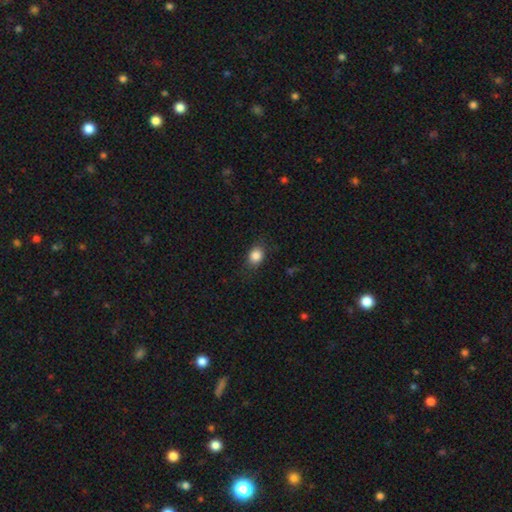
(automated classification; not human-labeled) Smooth or featured?
  - smooth: 85% *
  - star or artifact: 9%
  - featured or disk: 5%
How rounded?
  - in between: 54% *
  - round: 45%
  - cigar-shaped: 1%
Merging?
  - none: 80% *
  - minor disturbance: 15%
  - major disturbance: 4%
  - merger: 1%